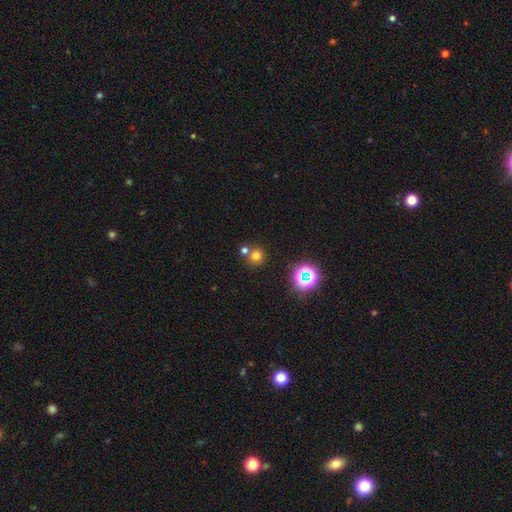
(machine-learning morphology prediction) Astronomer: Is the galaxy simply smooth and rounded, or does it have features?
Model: smooth — 69%.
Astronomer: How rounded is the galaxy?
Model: round — 91%.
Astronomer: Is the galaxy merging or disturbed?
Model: none — 63%.